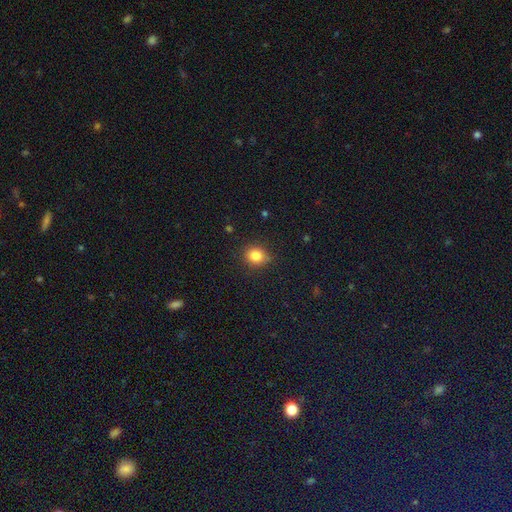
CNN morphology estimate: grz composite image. It shows a smooth galaxy with no disk features (84%) that is round (73%). Merging: none (81%).